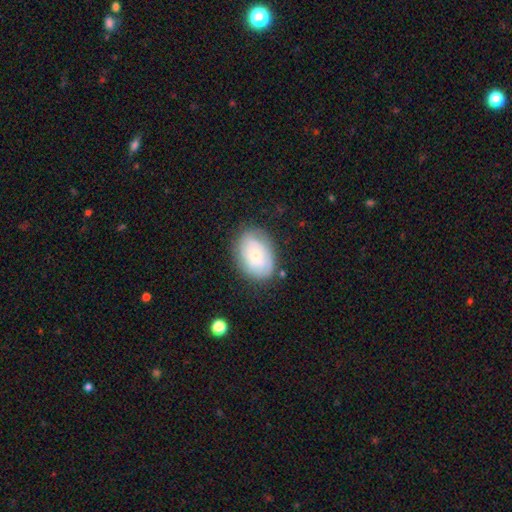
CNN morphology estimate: Smooth or featured? Predicted: smooth (p=0.50). Merging? Predicted: none (p=0.75).